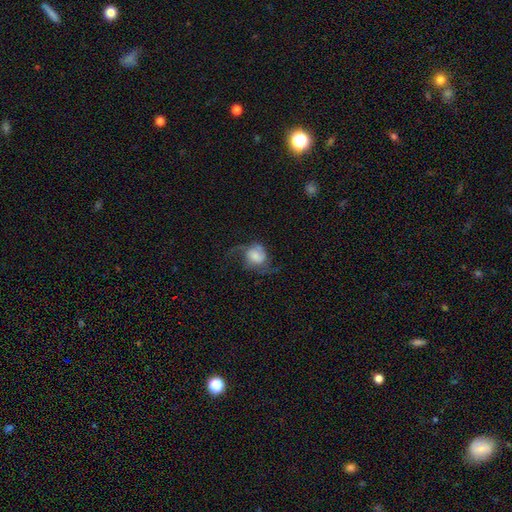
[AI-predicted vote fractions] Smooth or featured: featured or disk — 58% (smooth — 34%)
Edge-on disk: no — 97% (yes — 3%)
Bar: no — 63% (weak — 30%)
Spiral arms: yes — 88% (no — 12%)
Bulge size: large — 24% (tied with moderate — 24%)
Merging: none — 43% (major disturbance — 33%)